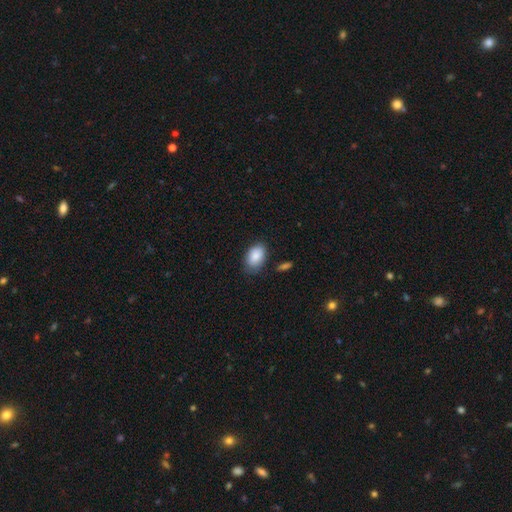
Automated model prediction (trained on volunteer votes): A smooth galaxy with no disk features (87%) that is in between round and cigar-shaped (90%). Merging: none (74%).